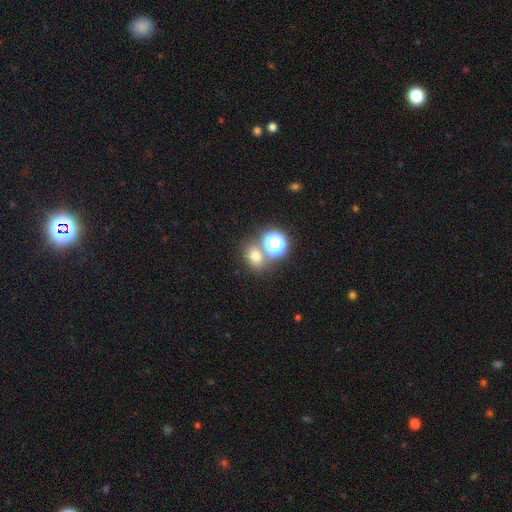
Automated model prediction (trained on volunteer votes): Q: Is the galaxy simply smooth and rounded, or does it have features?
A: smooth — 68%.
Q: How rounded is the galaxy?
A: round — 59%.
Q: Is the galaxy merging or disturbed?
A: none — 62%.